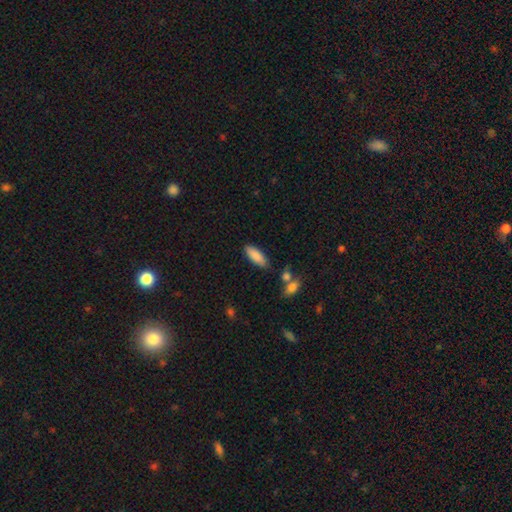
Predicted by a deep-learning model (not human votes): Smooth or featured? Predicted: smooth (p=0.87). How rounded? Predicted: in between (p=0.67). Merging? Predicted: none (p=0.82).